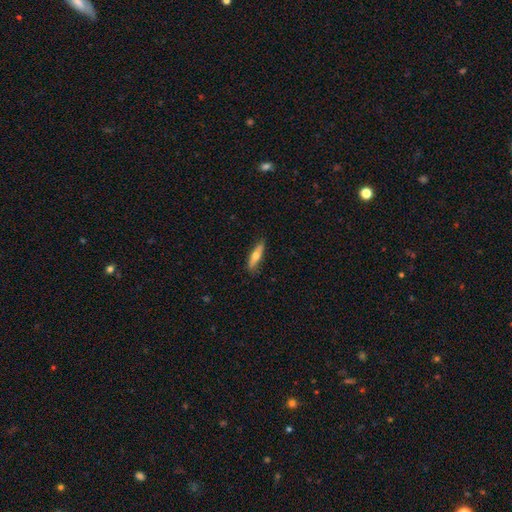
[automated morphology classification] smooth_or_featured: smooth (p=0.59) [alt: featured or disk p=0.35]
how_rounded: cigar-shaped (p=0.69) [alt: in between p=0.29]
merging: none (p=0.82) [alt: minor disturbance p=0.14]